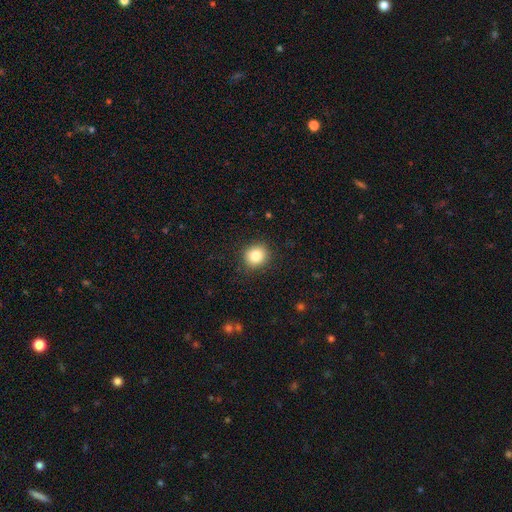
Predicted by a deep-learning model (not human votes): The model was most divided on "how rounded": round: 82%, in between: 17%, cigar-shaped: 1%. More confident: merging — none (89%); smooth or featured — smooth (83%).